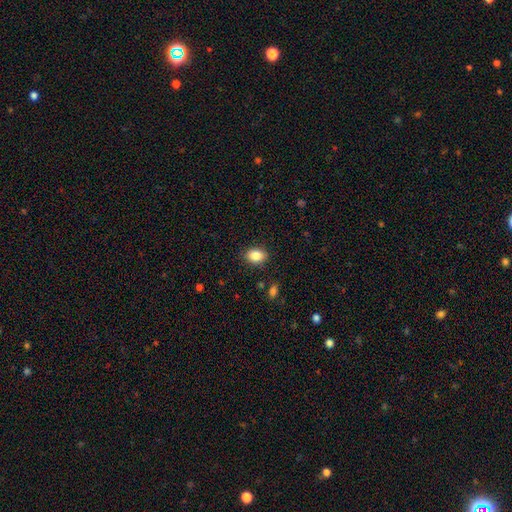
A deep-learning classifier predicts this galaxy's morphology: smooth 86%, star or artifact 8%, featured or disk 6%. Down the decision tree: how rounded — in between (73%); merging — none (87%).